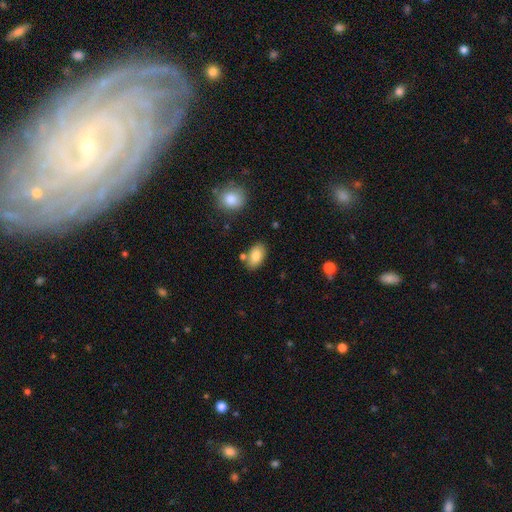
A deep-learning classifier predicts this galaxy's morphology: Overall: smooth (84%). How rounded: in between (92%). Merging: none (77%).